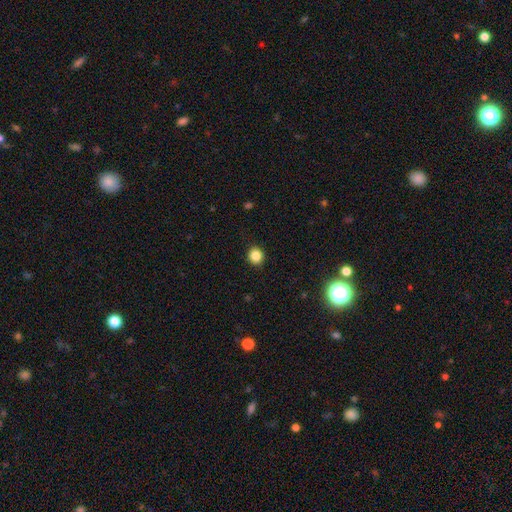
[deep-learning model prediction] Morphology: type=smooth (85%); roundness=round (87%); merging=none (92%).